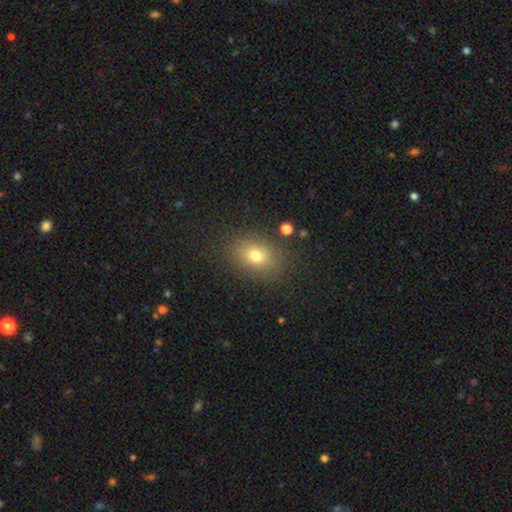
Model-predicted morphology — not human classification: A smooth galaxy with no disk features (75%) that is in between round and cigar-shaped (67%). Merging: none (83%).